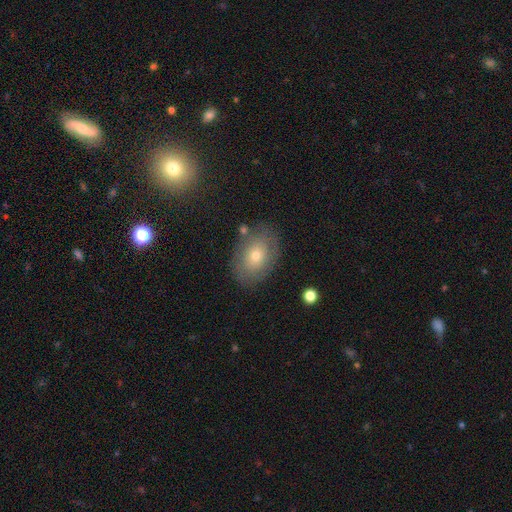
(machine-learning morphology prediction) A smooth galaxy with no disk features (55%) that is in between round and cigar-shaped (78%). Merging: none (78%).